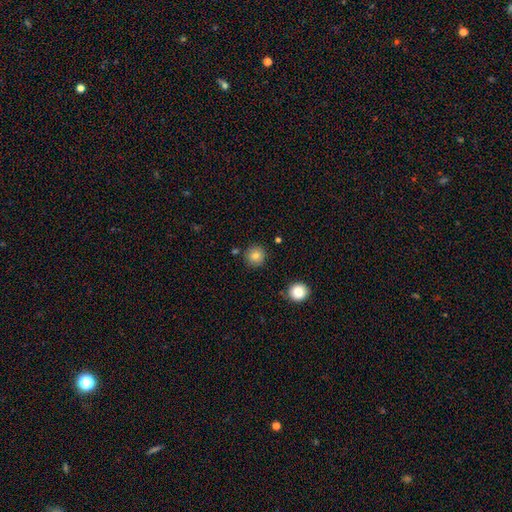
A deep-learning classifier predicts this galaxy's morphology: type=smooth (81%); roundness=round (94%); merging=none (86%).